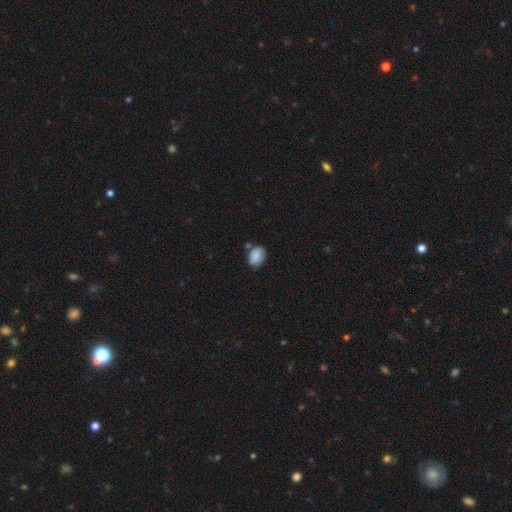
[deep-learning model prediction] Smooth or featured: smooth — 83% (featured or disk — 9%)
How rounded: in between — 76% (round — 23%)
Merging: none — 61% (minor disturbance — 23%)